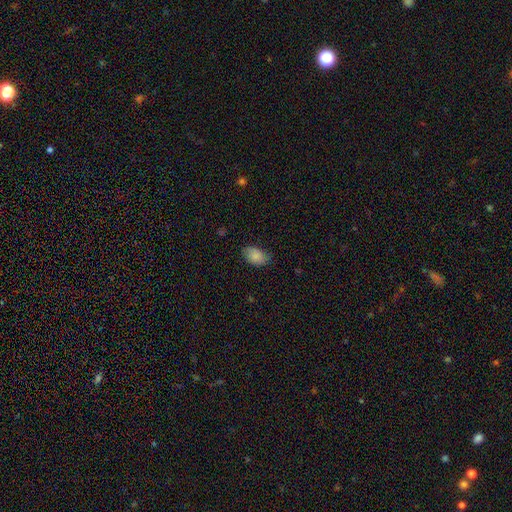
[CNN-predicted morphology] This appears to be a smooth galaxy with no disk features (86%) that is in between round and cigar-shaped (90%). Merging: none (72%).